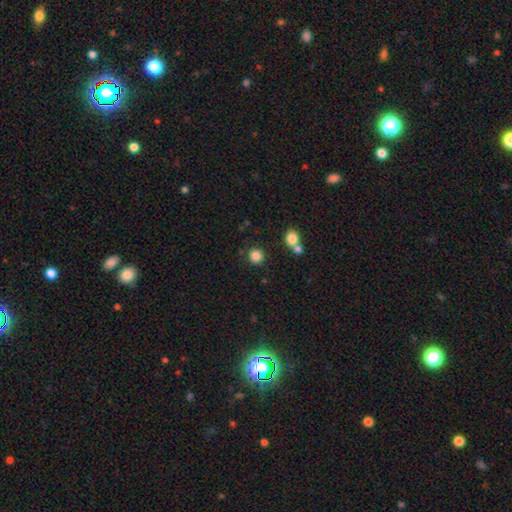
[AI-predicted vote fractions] Morphology: type=smooth (85%); roundness=round (89%); merging=none (83%).